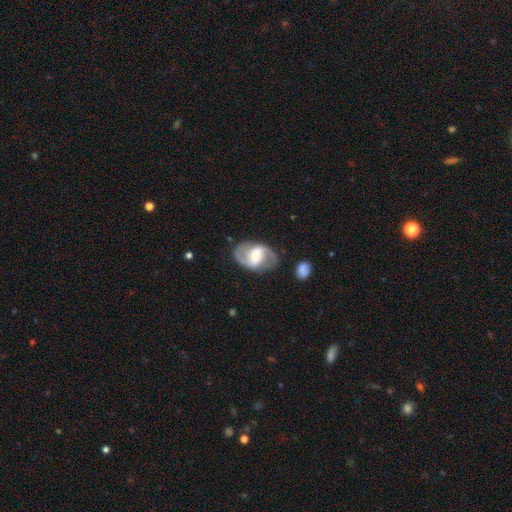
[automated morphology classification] A featured or disk galaxy (80%) with a weak bar (44%), 2 (92%) medium (51%) spiral arms (91%) and a moderate central bulge (51%).

Vote fractions:
- Smooth or featured? featured or disk: 80% / smooth: 15% / star or artifact: 5%
- Edge-on disk? no: 97% / yes: 3%
- Bar? weak: 44% / strong: 34% / no: 22%
- Spiral arms? yes: 91% / no: 9%
- Spiral winding? medium: 51% / loose: 32% / tight: 17%
- Spiral arm count? 2: 92% / can't tell: 4% / 1: 2% / 3: 1% / 4: 1% / more than 4: 1%
- Bulge size? moderate: 51% / small: 31% / large: 14% / none: 3% / dominant: 2%
- Merging? none: 80% / minor disturbance: 12% / major disturbance: 5% / merger: 2%